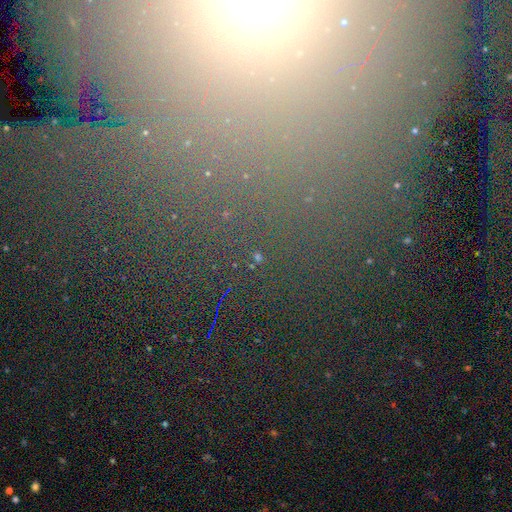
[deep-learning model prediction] Smooth or featured? Predicted: star or artifact (p=0.65).